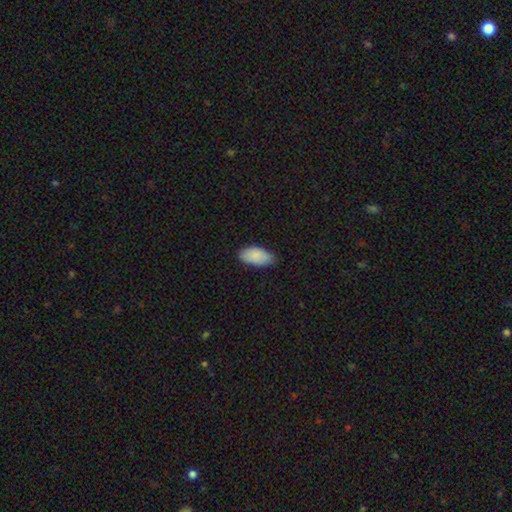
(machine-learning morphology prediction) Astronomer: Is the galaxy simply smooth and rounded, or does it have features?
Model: smooth — 88%.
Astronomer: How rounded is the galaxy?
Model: in between — 95%.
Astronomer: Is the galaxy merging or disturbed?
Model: none — 68%.